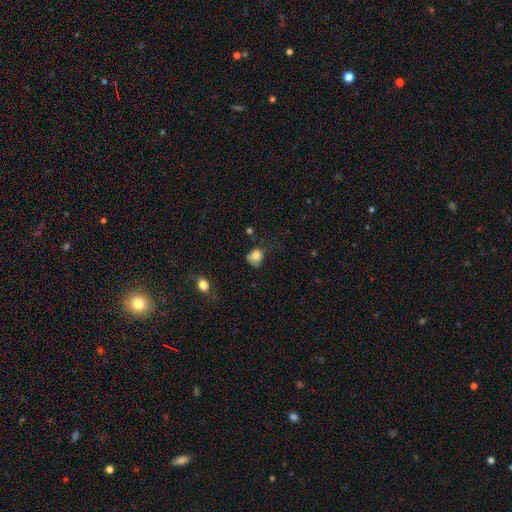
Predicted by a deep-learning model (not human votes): The model was most divided on "merging": none: 37%, minor disturbance: 36%, major disturbance: 23%, merger: 4%. More confident: smooth or featured — smooth (78%); how rounded — round (62%).